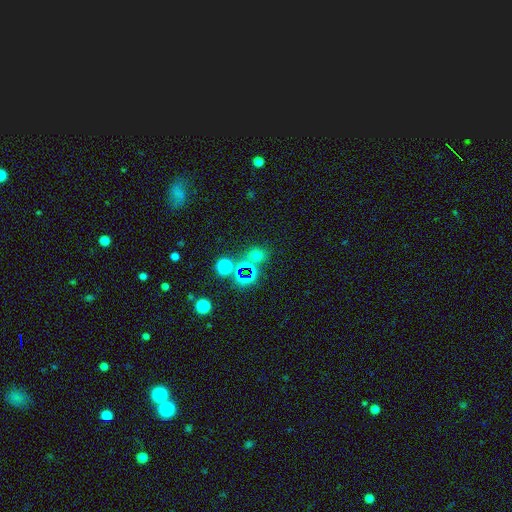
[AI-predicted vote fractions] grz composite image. It shows a smooth galaxy with no disk features (56%) that is round (75%). Merging: none (71%).